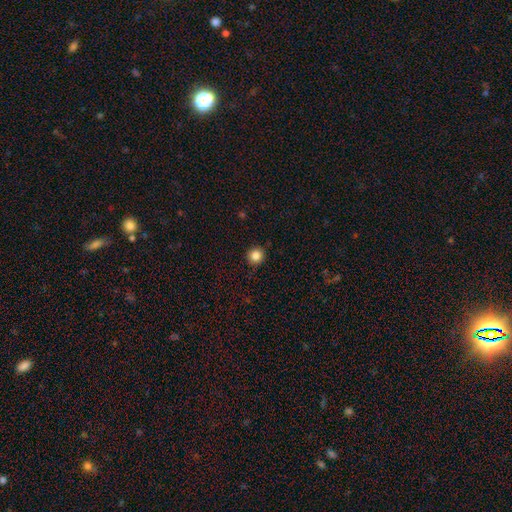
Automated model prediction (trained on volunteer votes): The model was most divided on "smooth or featured": smooth: 85%, star or artifact: 11%, featured or disk: 4%. More confident: how rounded — round (93%); merging — none (92%).